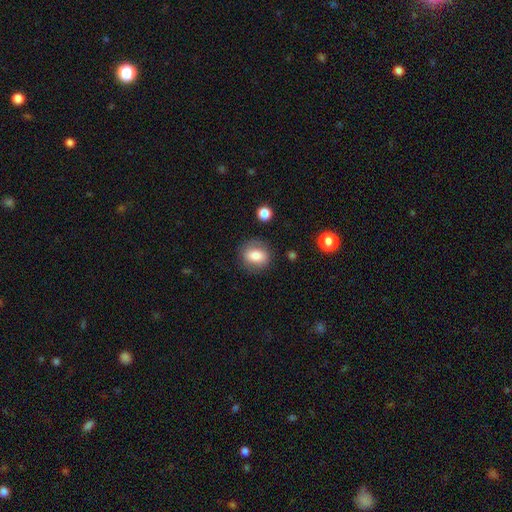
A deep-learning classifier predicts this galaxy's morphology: A smooth galaxy with no disk features (79%) that is in between round and cigar-shaped (51%).

Vote fractions:
- Smooth or featured? smooth: 79% / featured or disk: 13% / star or artifact: 8%
- How rounded? in between: 51% / round: 47% / cigar-shaped: 2%
- Merging? none: 79% / minor disturbance: 14% / major disturbance: 5% / merger: 2%